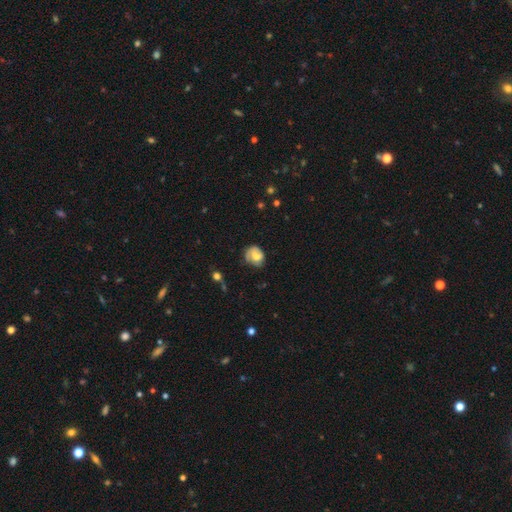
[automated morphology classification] Q: Smooth or featured?
A: smooth (54%); runner-up: featured or disk (37%)
Q: How rounded?
A: round (63%); runner-up: in between (36%)
Q: Merging?
A: none (51%); runner-up: minor disturbance (29%)